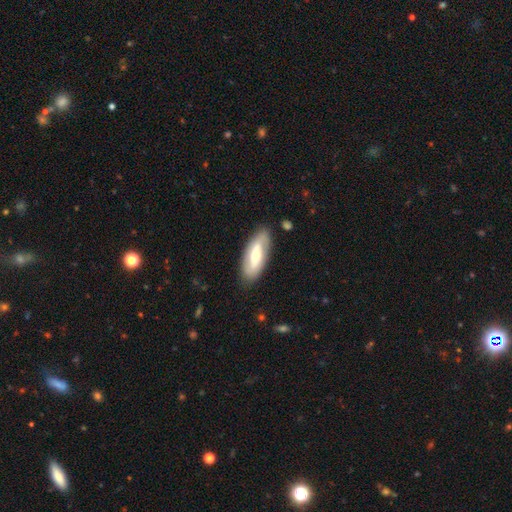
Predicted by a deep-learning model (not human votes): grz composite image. It shows a featured or disk galaxy (50%). Merging: none (83%).